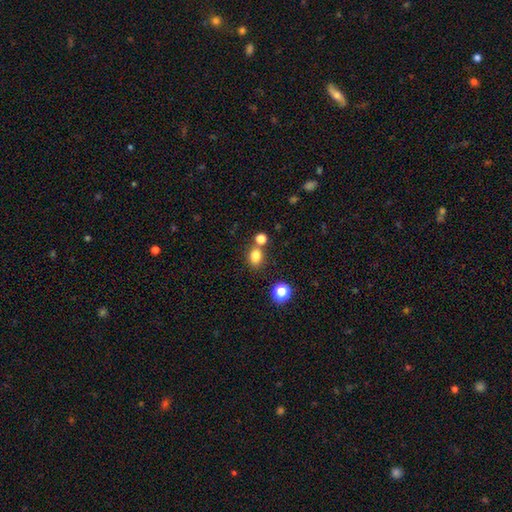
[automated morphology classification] Smooth or featured?
  - smooth: 80% *
  - star or artifact: 14%
  - featured or disk: 6%
How rounded?
  - in between: 51% *
  - round: 48%
  - cigar-shaped: 1%
Merging?
  - none: 70% *
  - merger: 16%
  - minor disturbance: 11%
  - major disturbance: 3%